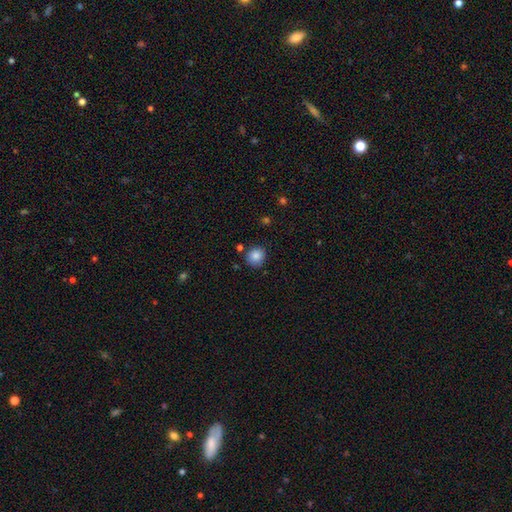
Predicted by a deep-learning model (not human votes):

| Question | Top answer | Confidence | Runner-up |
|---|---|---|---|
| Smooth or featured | smooth | 85% | star or artifact (10%) |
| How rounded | round | 86% | in between (13%) |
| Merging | none | 83% | minor disturbance (10%) |